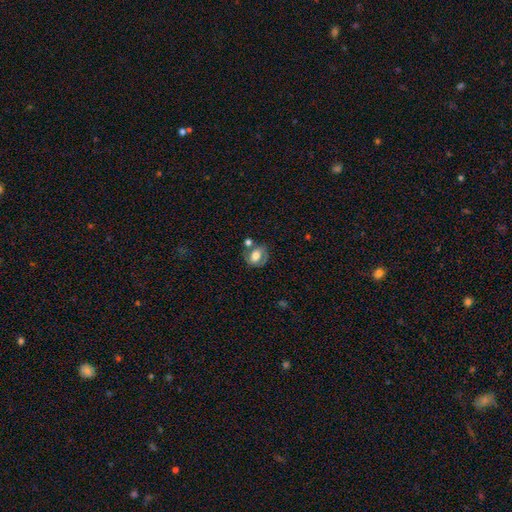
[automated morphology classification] Smooth or featured: smooth — 48% (featured or disk — 43%)
Merging: none — 51% (minor disturbance — 21%)